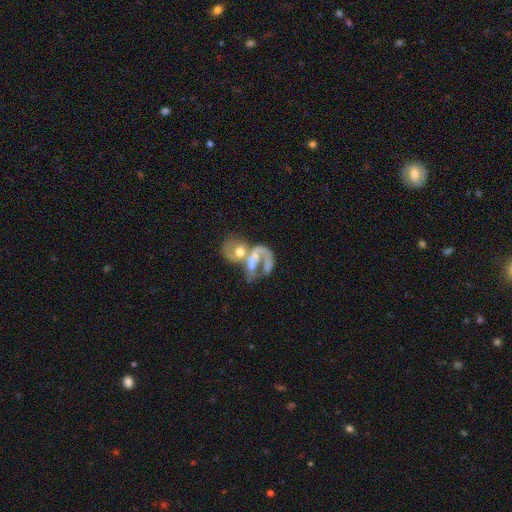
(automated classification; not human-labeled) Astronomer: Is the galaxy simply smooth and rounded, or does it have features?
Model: featured or disk — 64%.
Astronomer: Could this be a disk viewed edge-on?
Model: no — 97%.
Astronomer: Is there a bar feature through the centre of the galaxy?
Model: no — 69%.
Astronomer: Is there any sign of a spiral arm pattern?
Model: yes — 57% (runner-up: no, 43%).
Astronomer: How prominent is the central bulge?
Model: moderate — 47%.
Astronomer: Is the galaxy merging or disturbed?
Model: merger — 67%.